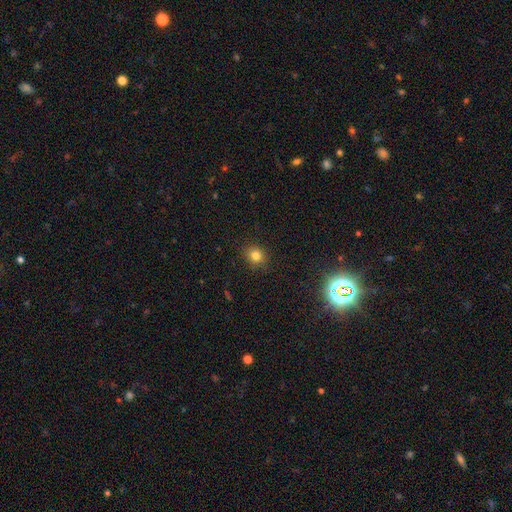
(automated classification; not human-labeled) Smooth or featured? smooth (80%)
How rounded? round (75%)
Merging? none (89%)